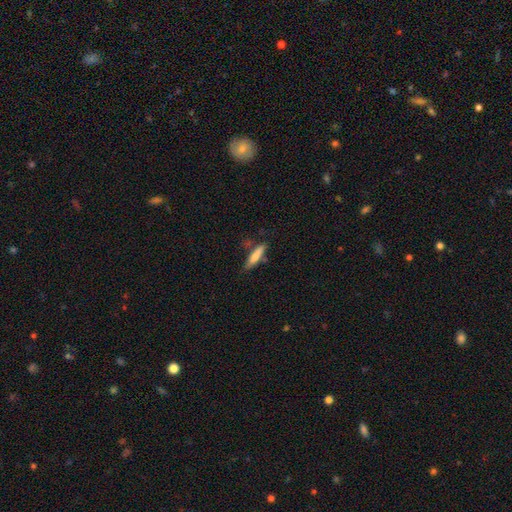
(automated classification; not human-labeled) Smooth or featured?
  - smooth: 72% *
  - featured or disk: 22%
  - star or artifact: 6%
How rounded?
  - cigar-shaped: 78% *
  - in between: 20%
  - round: 2%
Merging?
  - none: 67% *
  - minor disturbance: 20%
  - merger: 8%
  - major disturbance: 5%